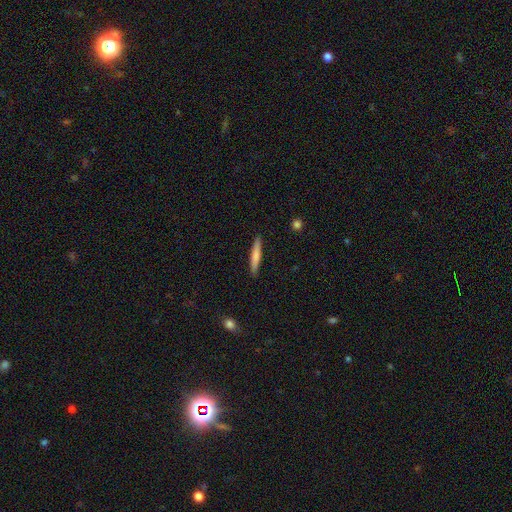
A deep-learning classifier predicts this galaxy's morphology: Q: Smooth or featured?
A: smooth (70%); runner-up: featured or disk (24%)
Q: How rounded?
A: cigar-shaped (93%); runner-up: in between (5%)
Q: Merging?
A: none (90%); runner-up: minor disturbance (7%)